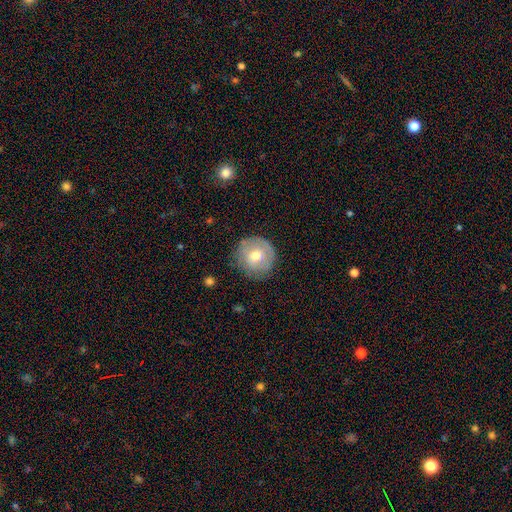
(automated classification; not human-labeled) Q: Smooth or featured?
A: smooth (61%); runner-up: featured or disk (32%)
Q: How rounded?
A: round (94%); runner-up: in between (5%)
Q: Merging?
A: none (80%); runner-up: minor disturbance (14%)